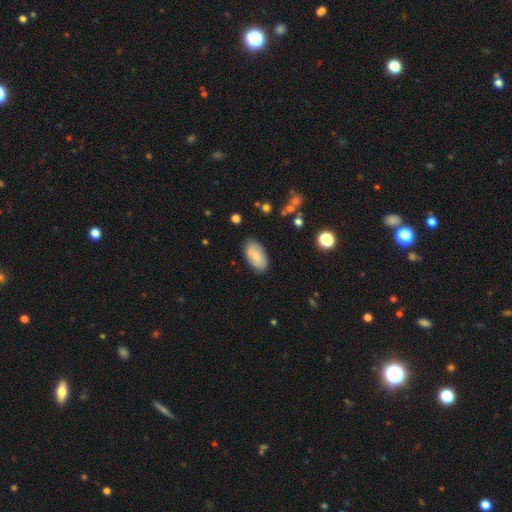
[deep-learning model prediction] Smooth or featured? smooth (70%)
How rounded? in between (95%)
Merging? none (79%)